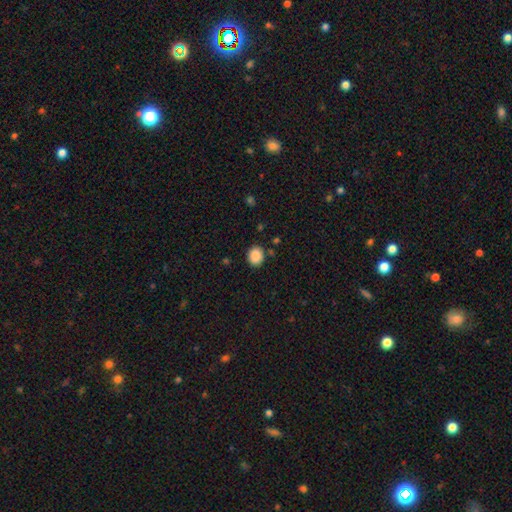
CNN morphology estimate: type=smooth (88%); roundness=round (65%); merging=none (86%).